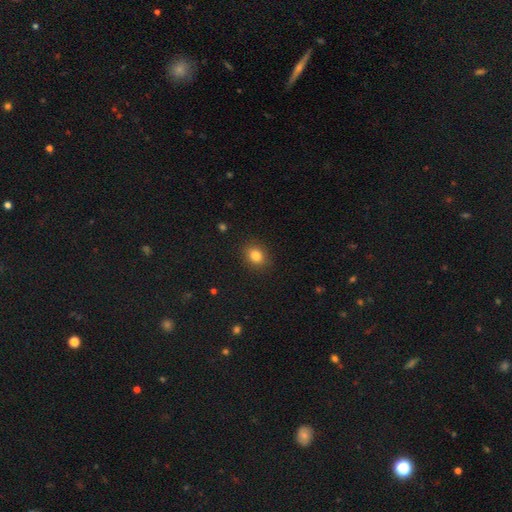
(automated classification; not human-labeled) Smooth or featured: smooth — 83% (star or artifact — 11%)
How rounded: round — 51% (in between — 48%)
Merging: none — 88% (minor disturbance — 8%)